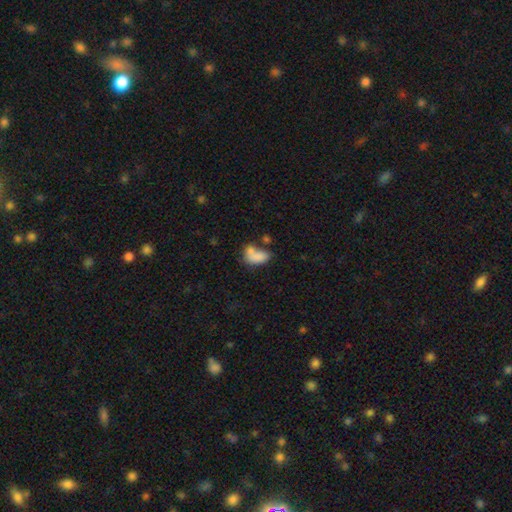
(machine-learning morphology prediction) Overall: smooth (78%). How rounded: in between (89%). Merging: merger (40%; none 31%).